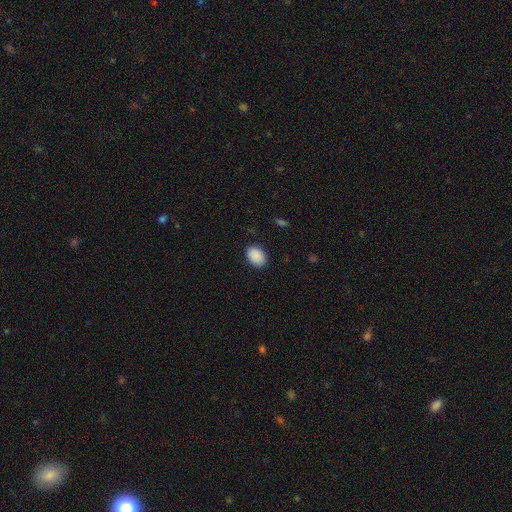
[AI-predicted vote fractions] Smooth or featured? smooth (90%)
How rounded? in between (76%)
Merging? none (88%)